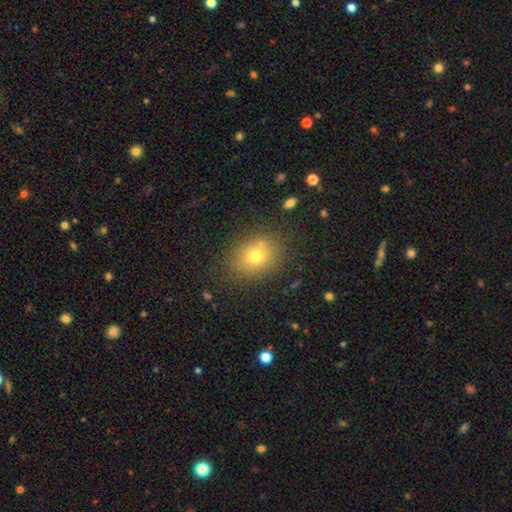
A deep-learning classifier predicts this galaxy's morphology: Smooth or featured?
  - smooth: 73% *
  - star or artifact: 14%
  - featured or disk: 13%
How rounded?
  - round: 51% *
  - in between: 48%
  - cigar-shaped: 1%
Merging?
  - none: 79% *
  - minor disturbance: 12%
  - merger: 6%
  - major disturbance: 4%